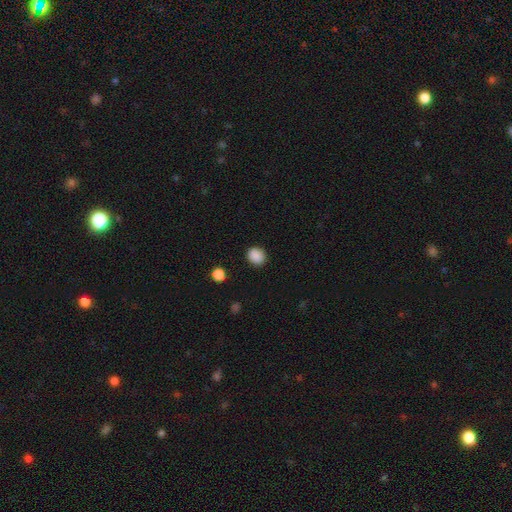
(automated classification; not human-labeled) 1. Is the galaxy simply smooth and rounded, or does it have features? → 89% smooth, 9% star or artifact, 2% featured or disk.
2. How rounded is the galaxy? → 66% round, 33% in between, 1% cigar-shaped.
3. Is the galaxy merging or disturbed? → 89% none, 7% minor disturbance, 2% major disturbance, 1% merger.